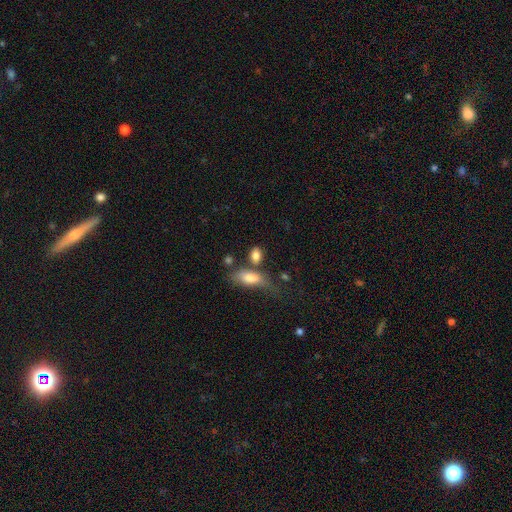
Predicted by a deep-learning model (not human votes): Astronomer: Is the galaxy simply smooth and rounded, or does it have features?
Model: smooth — 82%.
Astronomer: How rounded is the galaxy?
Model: in between — 80%.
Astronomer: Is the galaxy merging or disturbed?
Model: none — 55%.